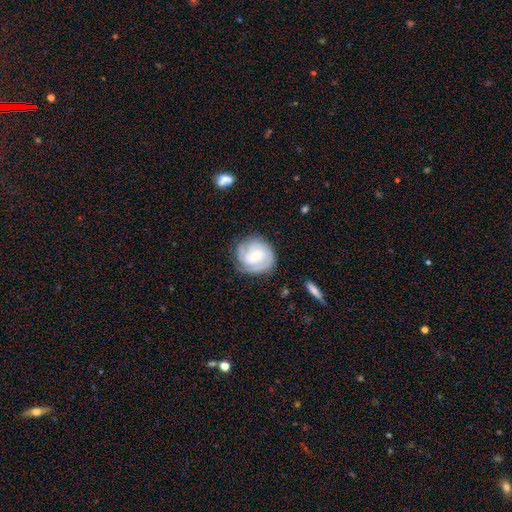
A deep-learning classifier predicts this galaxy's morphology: Q: Smooth or featured?
A: featured or disk (80%); runner-up: smooth (14%)
Q: Edge-on disk?
A: no (98%); runner-up: yes (2%)
Q: Bar?
A: no (59%); runner-up: weak (34%)
Q: Spiral arms?
A: yes (95%); runner-up: no (5%)
Q: Spiral winding?
A: tight (69%); runner-up: medium (25%)
Q: Spiral arm count?
A: 3 (34%); runner-up: can't tell (26%)
Q: Bulge size?
A: small (55%); runner-up: moderate (41%)
Q: Merging?
A: none (75%); runner-up: minor disturbance (17%)